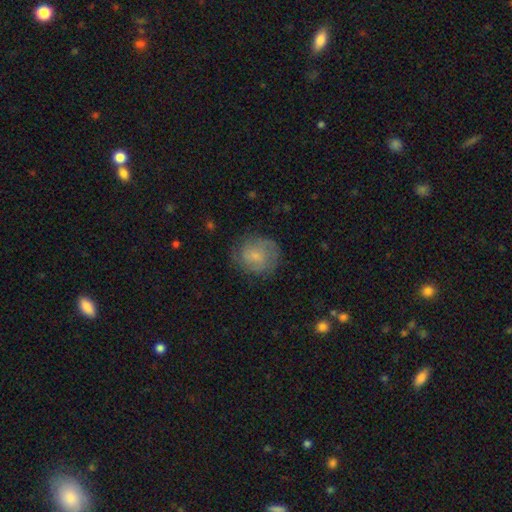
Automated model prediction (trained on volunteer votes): This is possibly a smooth galaxy (52%). How rounded: clearly round (84%). Merging: likely none (72%).